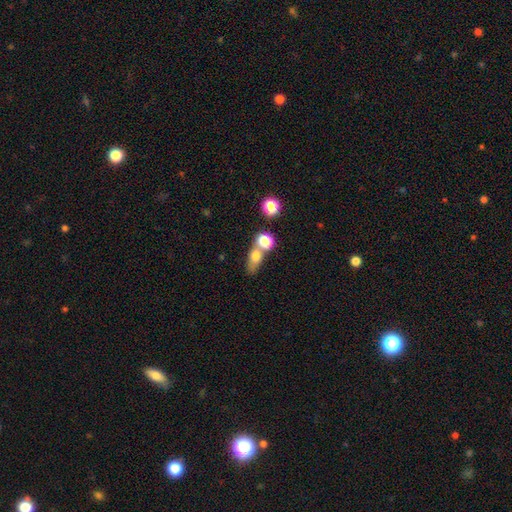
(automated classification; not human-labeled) Morphology: type=smooth (72%); roundness=in between (55%); merging=merger (49%).